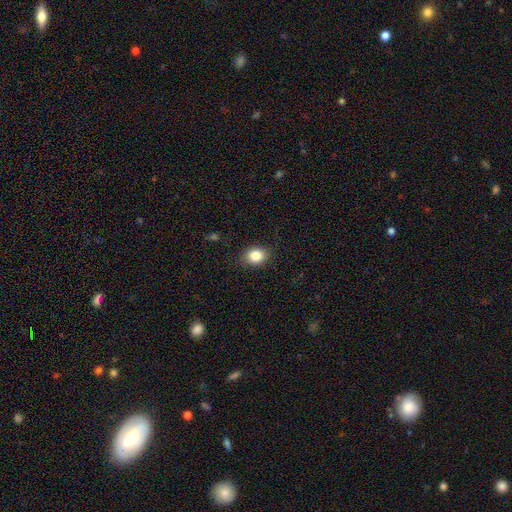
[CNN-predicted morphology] This appears to be a smooth galaxy with no disk features (84%) that is round (51%). Merging: none (86%).